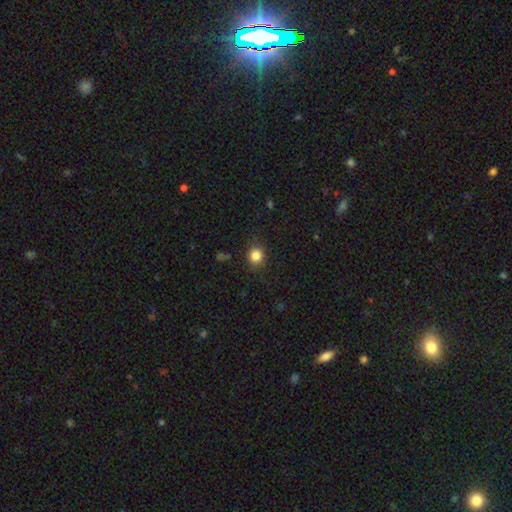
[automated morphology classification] A smooth galaxy with no disk features (84%) that is round (85%).

Vote fractions:
- Smooth or featured? smooth: 84% / star or artifact: 11% / featured or disk: 5%
- How rounded? round: 85% / in between: 14% / cigar-shaped: 1%
- Merging? none: 86% / minor disturbance: 10% / major disturbance: 3% / merger: 1%